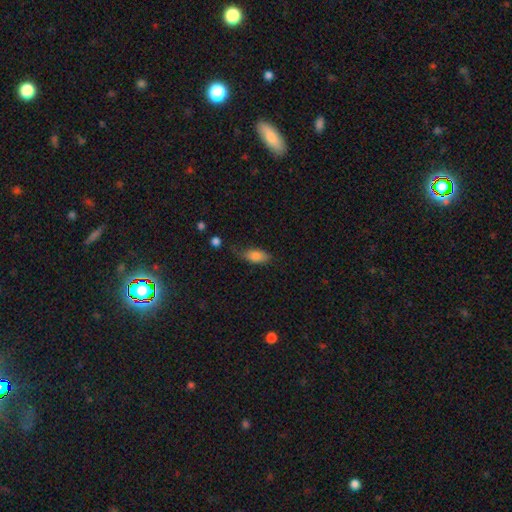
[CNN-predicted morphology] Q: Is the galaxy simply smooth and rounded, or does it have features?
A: smooth — 82%.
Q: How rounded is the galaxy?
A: in between — 87%.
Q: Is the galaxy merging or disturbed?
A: none — 57%.